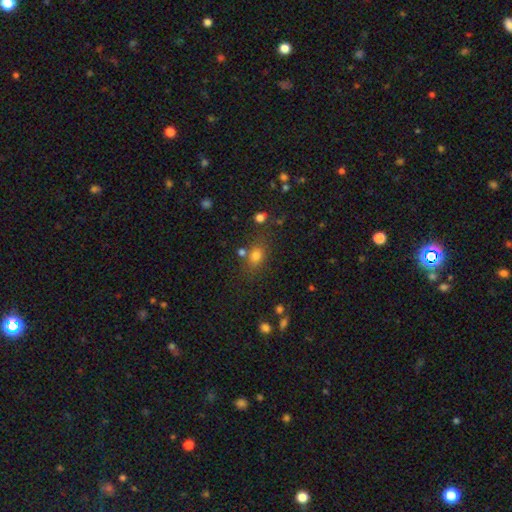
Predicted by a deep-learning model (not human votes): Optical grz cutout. It shows a smooth galaxy with no disk features (75%) that is in between round and cigar-shaped (58%). Merging: none (68%).